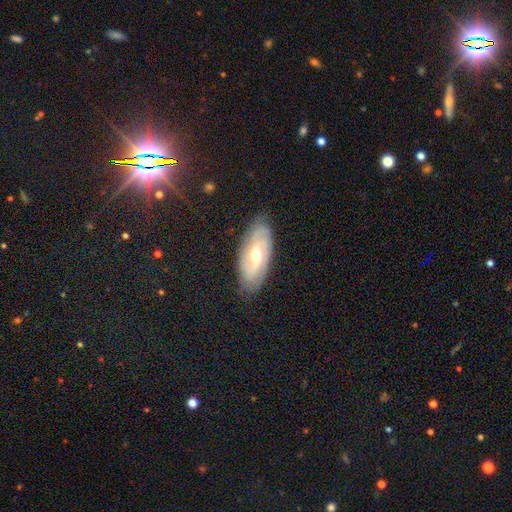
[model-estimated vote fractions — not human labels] This is likely a featured or disk galaxy (66%). It is clearly not viewed edge-on (87%). Bar: marginally no (43%, tied with weak). Spiral arm pattern: likely yes (79%). Central bulge: likely moderate (74%). Merging: clearly none (80%).